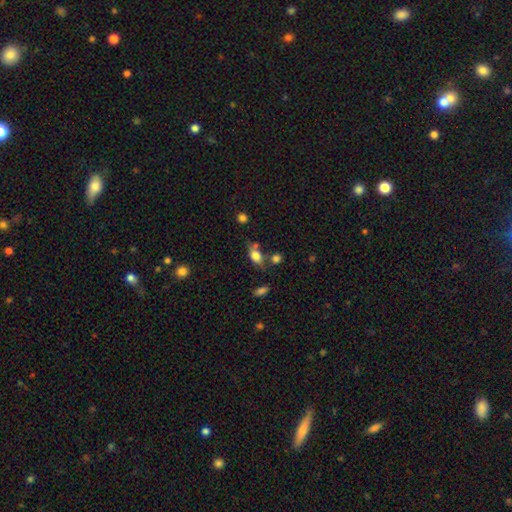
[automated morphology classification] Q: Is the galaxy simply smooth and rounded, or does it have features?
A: smooth — 76%.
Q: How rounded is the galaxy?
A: in between — 79%.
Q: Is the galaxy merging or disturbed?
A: none — 57%.